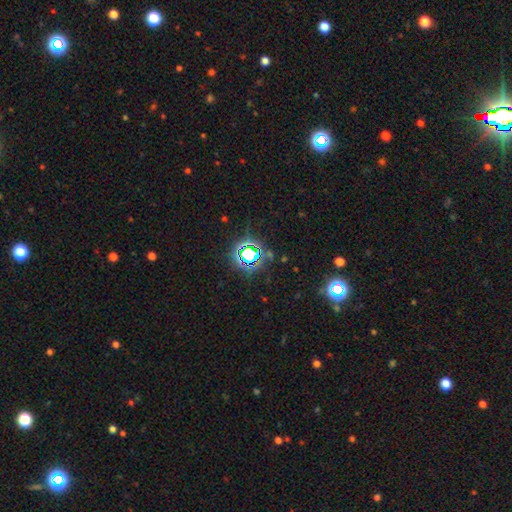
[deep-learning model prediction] Smooth or featured? star or artifact (76%)